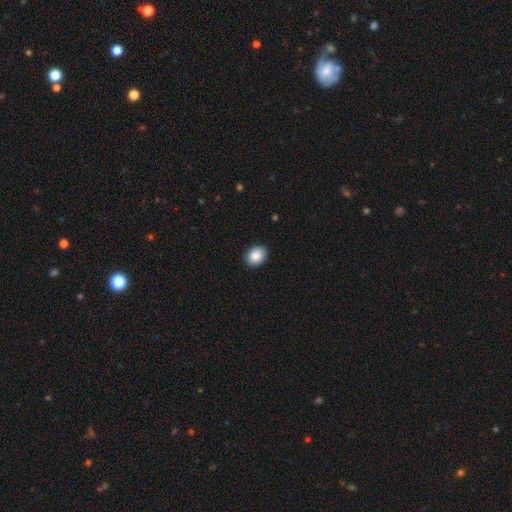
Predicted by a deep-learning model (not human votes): Smooth or featured? smooth (88%)
How rounded? in between (55%)
Merging? none (89%)